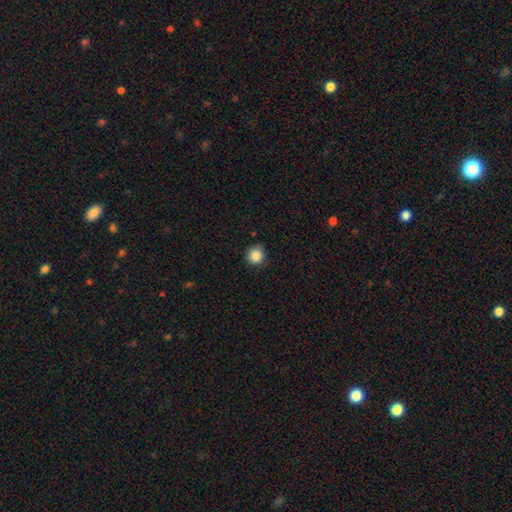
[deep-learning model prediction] The model was most divided on "merging": none: 83%, minor disturbance: 13%, major disturbance: 2%, merger: 1%. More confident: how rounded — round (91%); smooth or featured — smooth (87%).